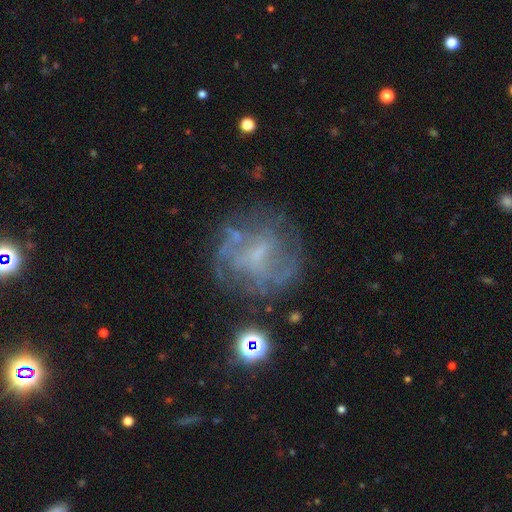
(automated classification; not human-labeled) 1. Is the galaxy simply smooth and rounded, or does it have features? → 66% featured or disk, 19% smooth, 15% star or artifact.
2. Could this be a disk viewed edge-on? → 97% no, 3% yes.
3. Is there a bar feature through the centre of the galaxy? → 47% no, 43% weak, 10% strong.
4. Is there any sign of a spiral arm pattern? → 64% yes, 36% no.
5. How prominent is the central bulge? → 47% small, 33% none, 18% moderate, 2% large, 1% dominant.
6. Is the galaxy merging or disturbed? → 66% none, 17% minor disturbance, 14% major disturbance, 4% merger.